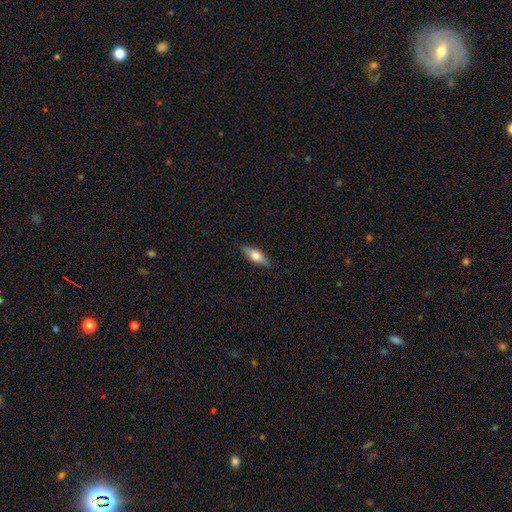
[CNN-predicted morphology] smooth 58%, featured or disk 35%, star or artifact 6%. Down the decision tree: how rounded — in between (64%); merging — none (88%).